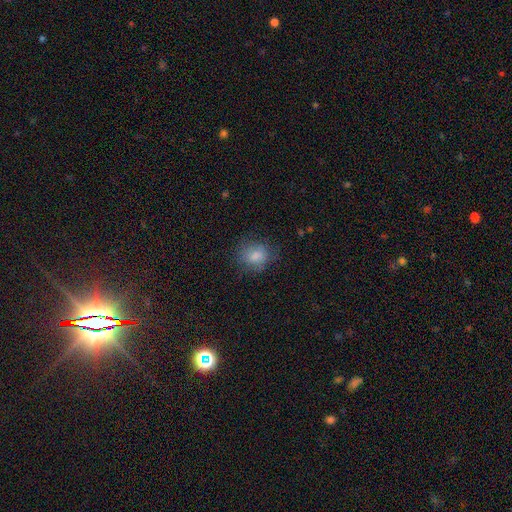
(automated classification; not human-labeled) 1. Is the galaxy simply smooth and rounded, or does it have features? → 82% smooth, 9% star or artifact, 9% featured or disk.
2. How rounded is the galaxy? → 57% round, 42% in between, 1% cigar-shaped.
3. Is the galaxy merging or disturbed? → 71% none, 19% minor disturbance, 9% major disturbance, 1% merger.